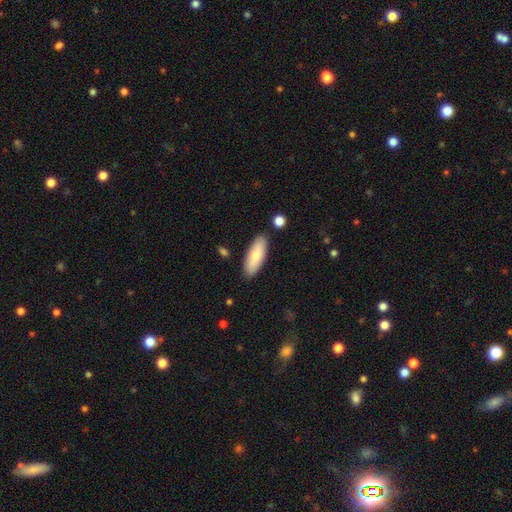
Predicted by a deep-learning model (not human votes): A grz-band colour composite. It shows a smooth galaxy with no disk features (73%) that is in between round and cigar-shaped (68%). Merging: none (86%).